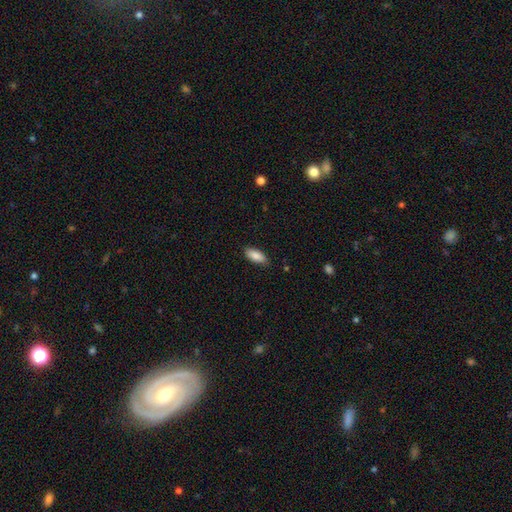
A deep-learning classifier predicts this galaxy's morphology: smooth-or-featured: smooth: 87% | featured or disk: 7% | star or artifact: 6%
  how-rounded: in between: 82% | cigar-shaped: 16% | round: 2%
  merging: none: 85% | minor disturbance: 12% | major disturbance: 2% | merger: 1%